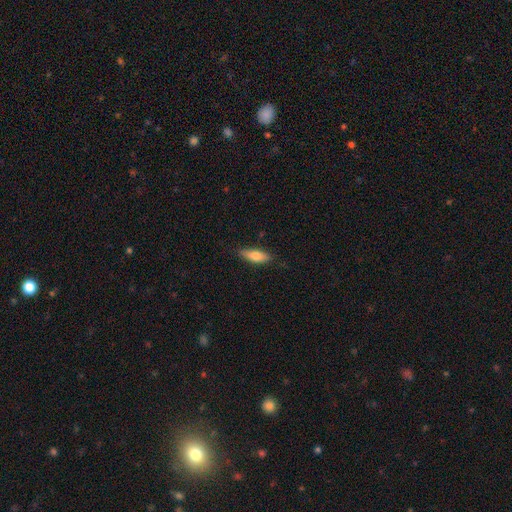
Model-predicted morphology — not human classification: smooth-or-featured: smooth: 73% | featured or disk: 21% | star or artifact: 6%
  how-rounded: in between: 56% | cigar-shaped: 41% | round: 2%
  merging: none: 83% | minor disturbance: 13% | major disturbance: 2% | merger: 1%